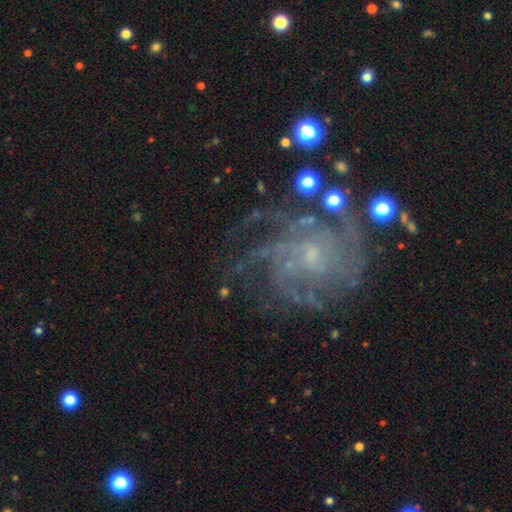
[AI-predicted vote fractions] Smooth or featured? Predicted: featured or disk (p=0.79). Edge-on disk? Predicted: no (p=0.97). Bar? Predicted: no (p=0.67). Spiral arms? Predicted: yes (p=0.94). Spiral winding? Predicted: tight (p=0.62). Spiral arm count? Predicted: can't tell (p=0.31). Bulge size? Predicted: small (p=0.74). Merging? Predicted: none (p=0.69).